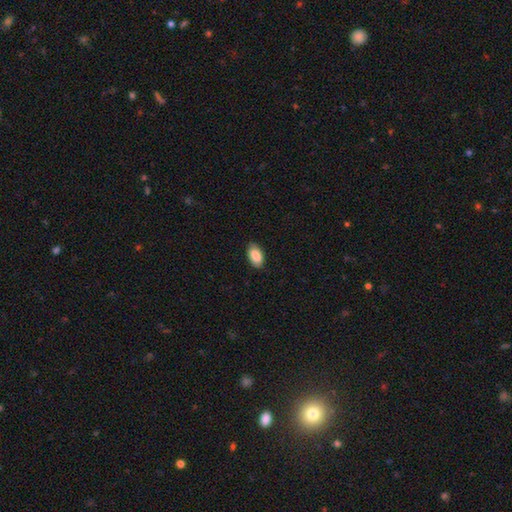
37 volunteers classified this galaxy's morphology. A smooth galaxy with no disk features (97%) that is in between round and cigar-shaped (92%). Merging: none (95%).